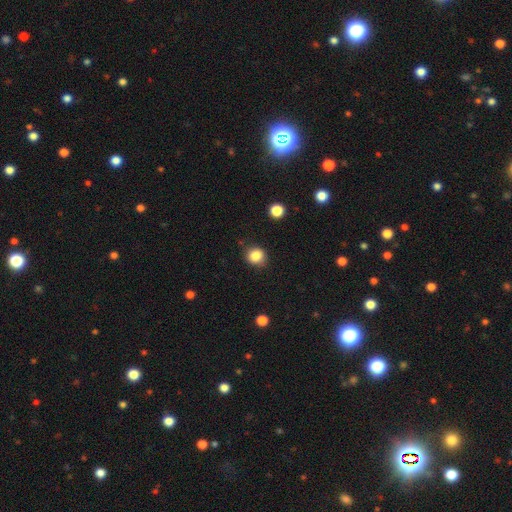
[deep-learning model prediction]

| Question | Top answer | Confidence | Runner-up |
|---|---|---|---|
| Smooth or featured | smooth | 85% | star or artifact (11%) |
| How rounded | round | 83% | in between (16%) |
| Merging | none | 85% | minor disturbance (11%) |